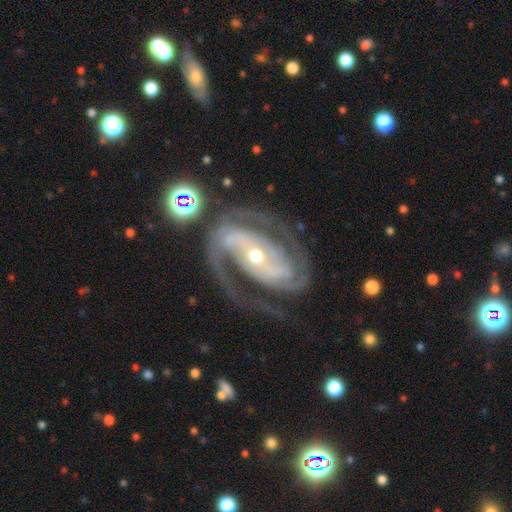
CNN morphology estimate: This is clearly a featured or disk galaxy (91%). It is clearly not viewed edge-on (97%). Bar: possibly strong (45%). Spiral arm pattern: clearly yes (97%). Spiral arm count: likely 2 (79%). Spiral winding: possibly medium (47%). Central bulge: possibly small (53%). Merging: likely none (66%).